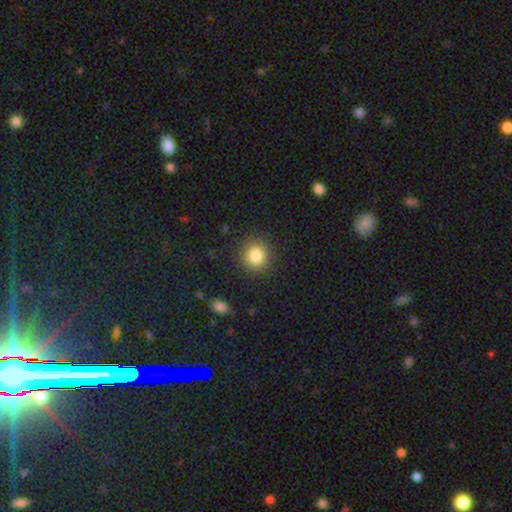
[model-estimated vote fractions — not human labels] This appears to be a smooth galaxy with no disk features (84%) that is round (91%). Merging: none (89%).